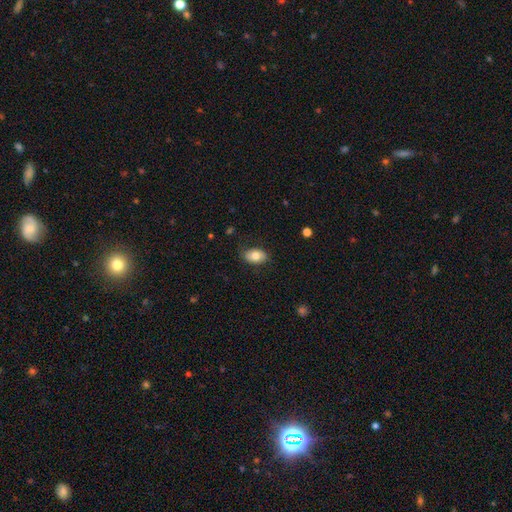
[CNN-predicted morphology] A smooth galaxy with no disk features (77%) that is in between round and cigar-shaped (86%).

Vote fractions:
- Smooth or featured? smooth: 77% / featured or disk: 15% / star or artifact: 7%
- How rounded? in between: 86% / round: 13% / cigar-shaped: 1%
- Merging? none: 80% / minor disturbance: 15% / major disturbance: 4% / merger: 1%